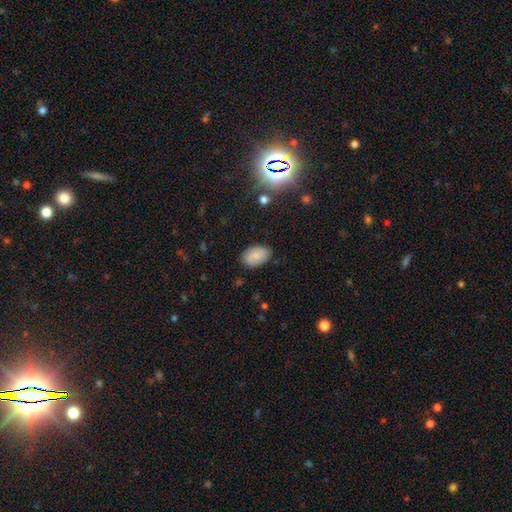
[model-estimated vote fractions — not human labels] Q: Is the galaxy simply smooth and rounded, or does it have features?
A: smooth — 78%.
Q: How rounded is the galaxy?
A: in between — 92%.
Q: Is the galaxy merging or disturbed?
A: none — 83%.